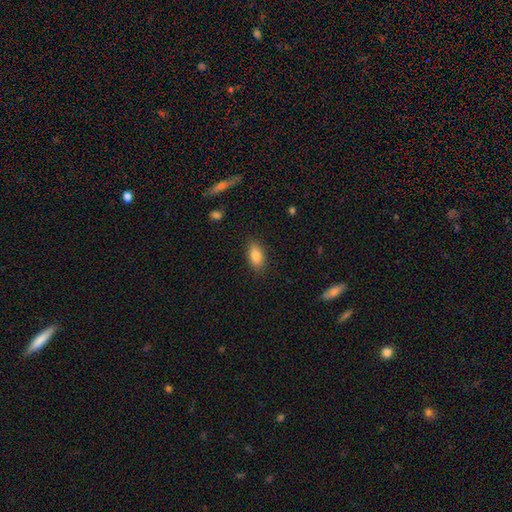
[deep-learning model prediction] Q: Smooth or featured?
A: smooth (84%); runner-up: featured or disk (8%)
Q: How rounded?
A: in between (88%); runner-up: cigar-shaped (8%)
Q: Merging?
A: none (86%); runner-up: minor disturbance (11%)